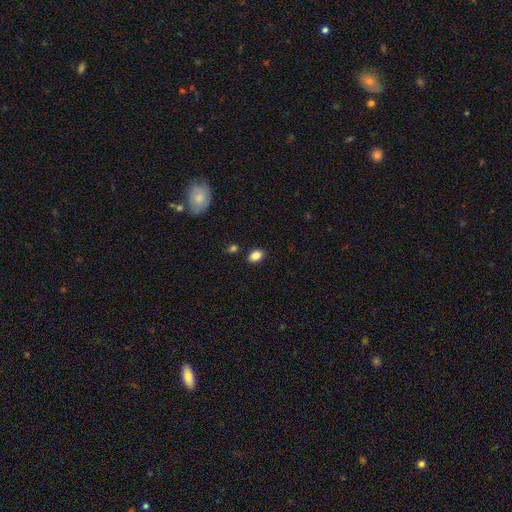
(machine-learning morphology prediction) This appears to be a smooth galaxy with no disk features (86%) that is in between round and cigar-shaped (79%). Merging: none (86%).